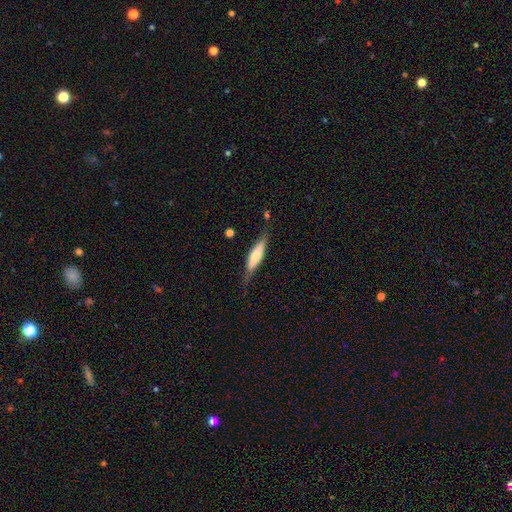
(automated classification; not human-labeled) This appears to be a smooth galaxy with no disk features (51%) that is cigar-shaped (66%). Merging: none (69%).